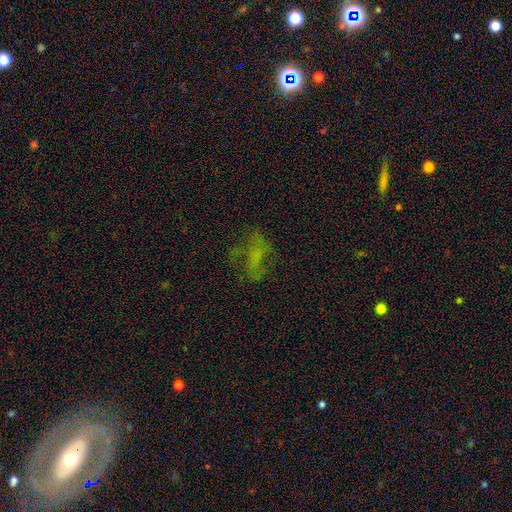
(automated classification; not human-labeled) smooth_or_featured: featured or disk (p=0.37) [alt: smooth p=0.36]
merging: none (p=0.52) [alt: major disturbance p=0.27]